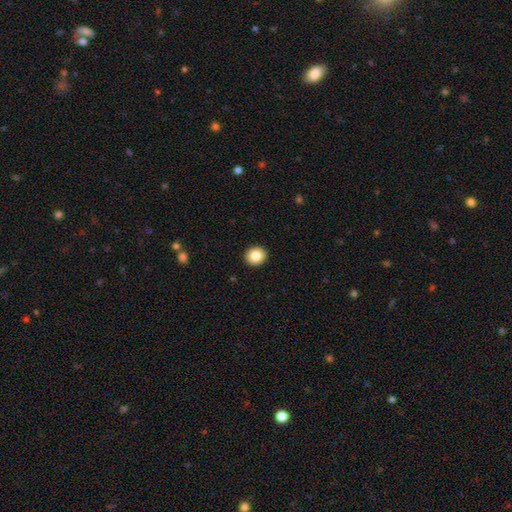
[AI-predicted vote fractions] Morphology: type=smooth (85%); roundness=round (81%); merging=none (93%).